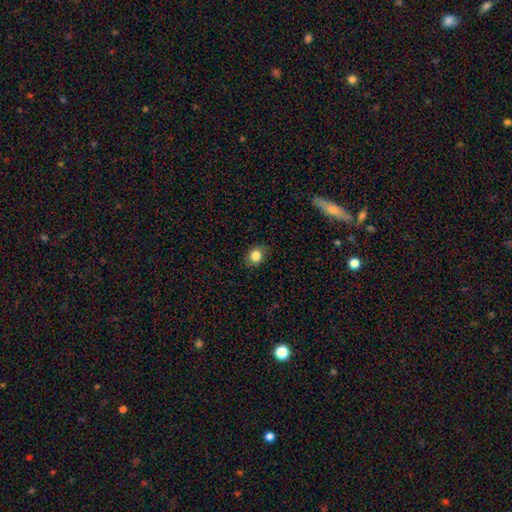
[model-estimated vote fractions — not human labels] Smooth or featured: smooth — 84% (star or artifact — 10%)
How rounded: round — 61% (in between — 38%)
Merging: none — 83% (minor disturbance — 13%)